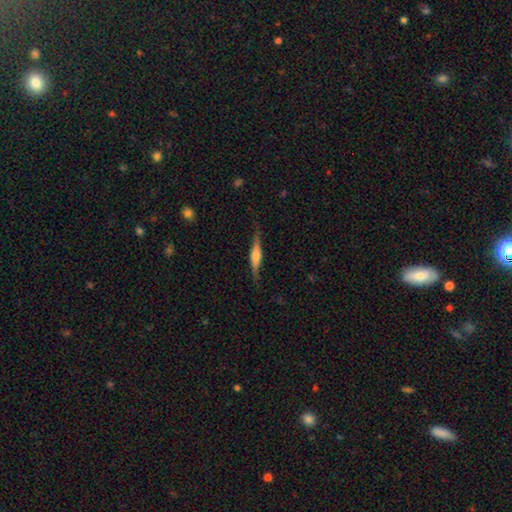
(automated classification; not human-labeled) Overall: featured or disk (66%; smooth 29%). Edge-on disk: yes (97%). Edge-on bulge: rounded (77%). Merging: none (83%).